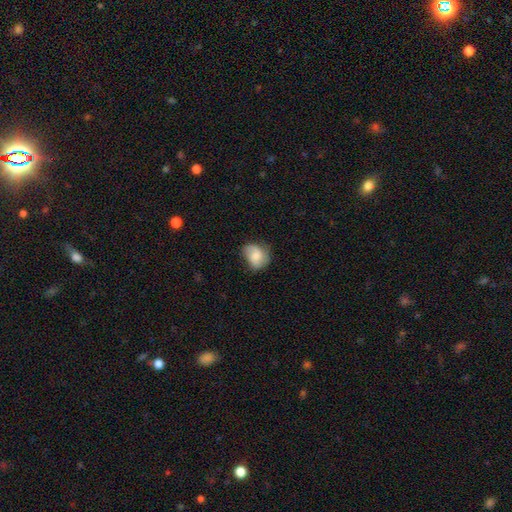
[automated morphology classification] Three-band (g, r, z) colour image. It shows a smooth galaxy with no disk features (54%) that is round (52%). Merging: none (55%).